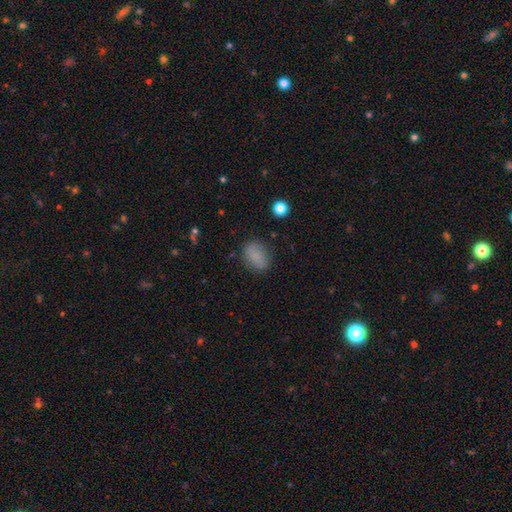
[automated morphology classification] smooth 82%, star or artifact 10%, featured or disk 8%. Down the decision tree: how rounded — in between (70%); merging — none (80%).